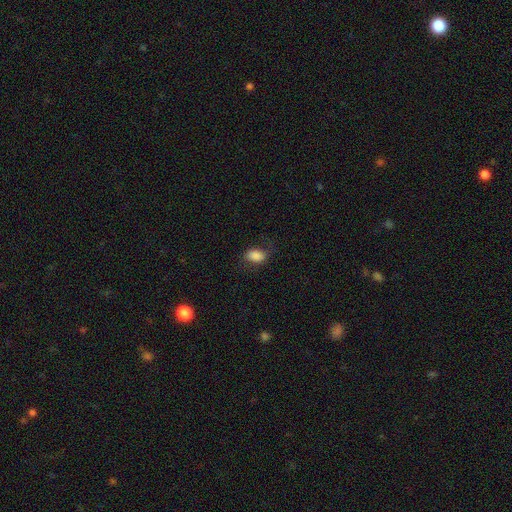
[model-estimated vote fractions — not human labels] Overall: smooth (80%). How rounded: in between (87%). Merging: none (66%).